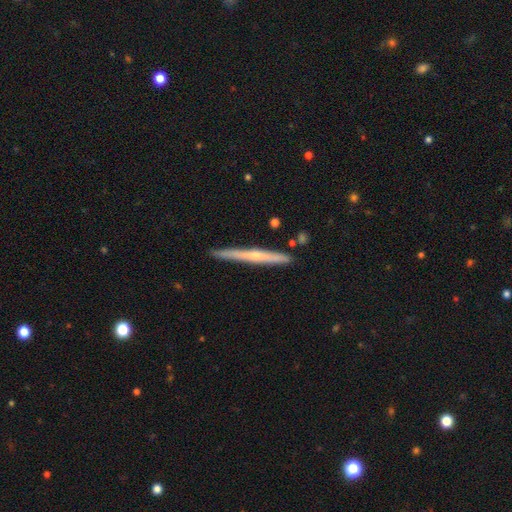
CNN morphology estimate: Smooth or featured? Predicted: featured or disk (p=0.63). Edge-on disk? Predicted: yes (p=0.97). Edge-on bulge? Predicted: rounded (p=0.62). Merging? Predicted: none (p=0.88).